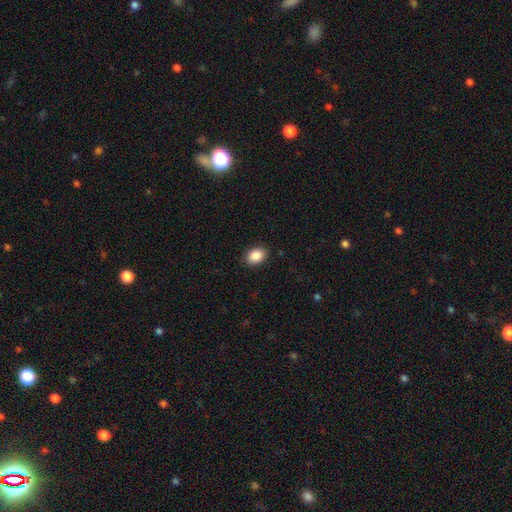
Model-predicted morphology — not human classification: This appears to be a smooth galaxy with no disk features (89%) that is in between round and cigar-shaped (76%). Merging: none (89%).